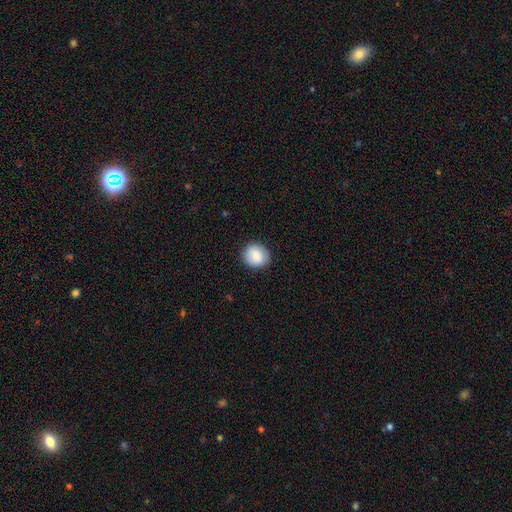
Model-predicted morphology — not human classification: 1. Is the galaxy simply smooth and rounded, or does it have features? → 86% smooth, 8% star or artifact, 6% featured or disk.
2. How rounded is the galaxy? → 79% round, 20% in between, 1% cigar-shaped.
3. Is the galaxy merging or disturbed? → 89% none, 8% minor disturbance, 2% major disturbance, 1% merger.